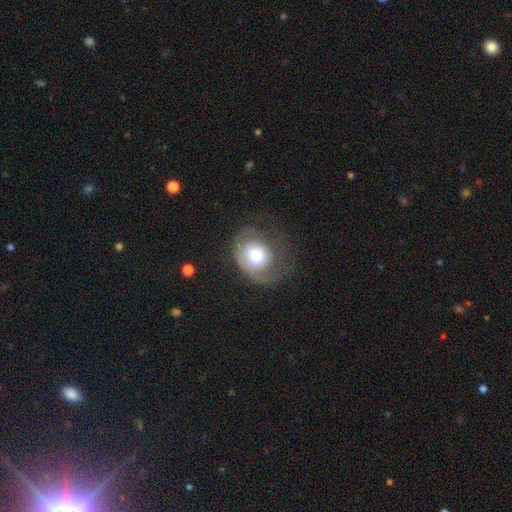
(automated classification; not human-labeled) smooth_or_featured: smooth (p=0.56) [alt: featured or disk p=0.36]
how_rounded: round (p=0.65) [alt: in between p=0.34]
merging: none (p=0.38) [alt: major disturbance p=0.36]